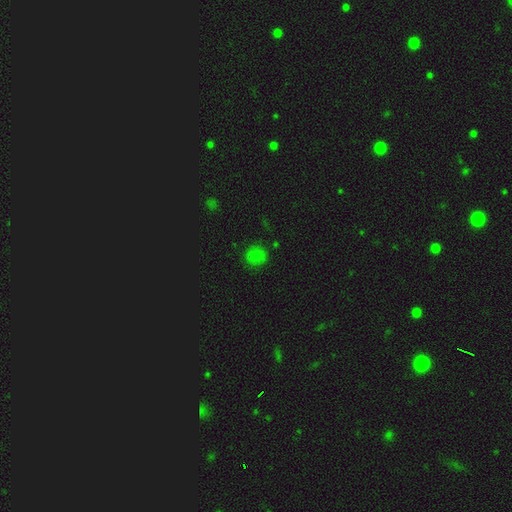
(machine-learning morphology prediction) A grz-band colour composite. It shows a smooth galaxy with no disk features (77%) that is round (86%). Merging: none (84%).